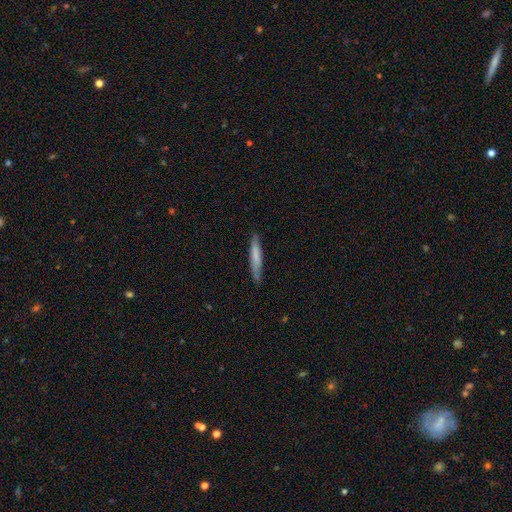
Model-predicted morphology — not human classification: This appears to be a smooth galaxy with no disk features (70%) that is cigar-shaped (94%). Merging: none (85%).